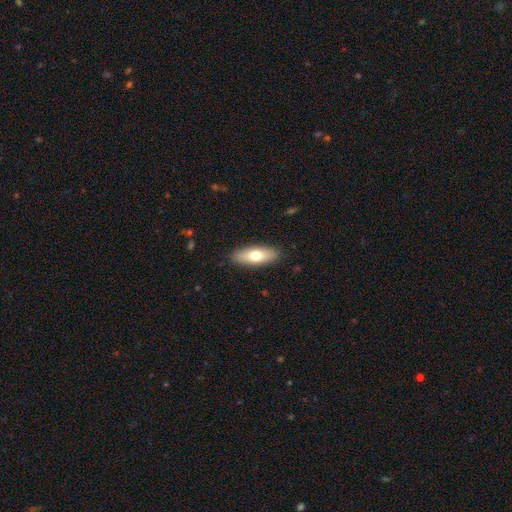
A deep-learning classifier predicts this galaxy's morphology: type=smooth (71%); roundness=in between (68%); merging=none (88%).